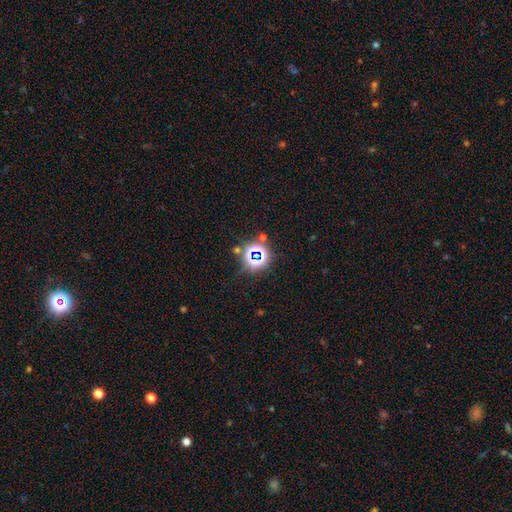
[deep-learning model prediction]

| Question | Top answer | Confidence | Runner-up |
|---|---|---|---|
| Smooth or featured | star or artifact | 70% | smooth (20%) |